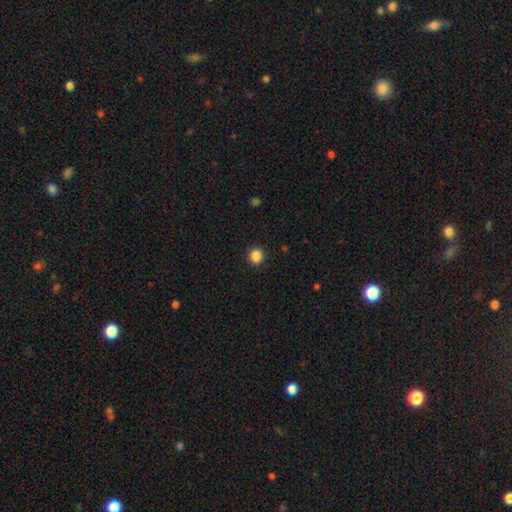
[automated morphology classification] Overall: smooth (87%). How rounded: round (88%). Merging: none (92%).